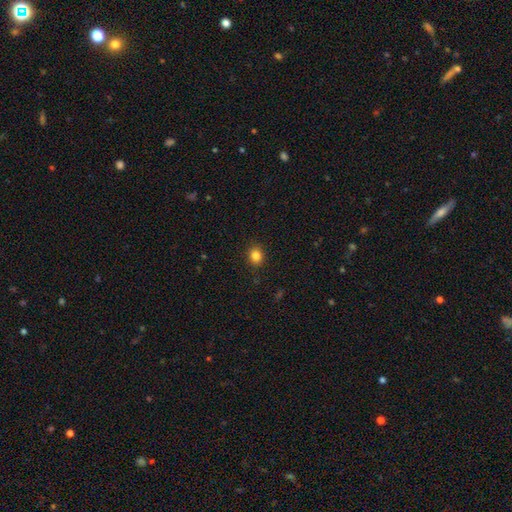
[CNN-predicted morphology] type=smooth (84%); roundness=round (69%); merging=none (90%).